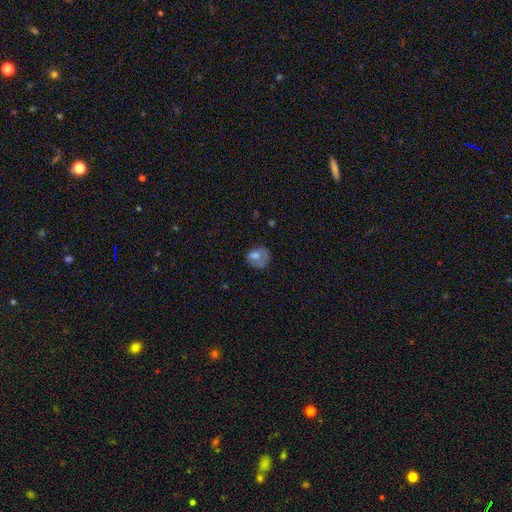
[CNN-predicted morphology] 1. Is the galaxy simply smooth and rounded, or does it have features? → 61% smooth, 28% featured or disk, 11% star or artifact.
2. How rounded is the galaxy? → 56% round, 43% in between, 1% cigar-shaped.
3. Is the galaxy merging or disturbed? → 38% none, 30% major disturbance, 28% minor disturbance, 4% merger.